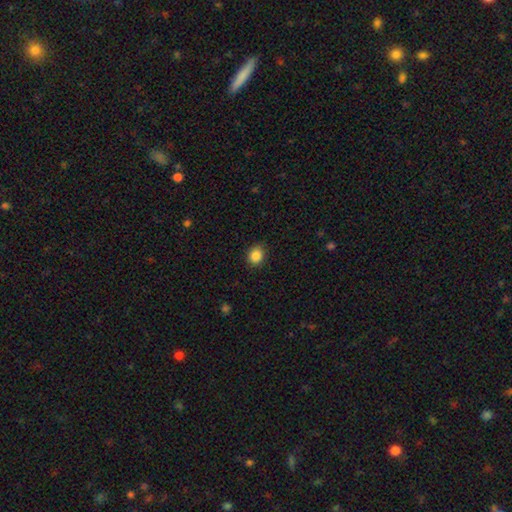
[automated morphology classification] Smooth or featured: smooth — 86% (star or artifact — 10%)
How rounded: round — 70% (in between — 29%)
Merging: none — 89% (minor disturbance — 8%)